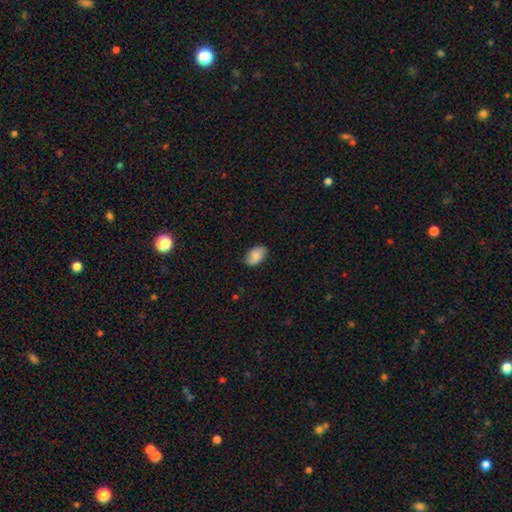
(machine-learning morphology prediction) Smooth or featured? Predicted: smooth (p=0.79). How rounded? Predicted: in between (p=0.91). Merging? Predicted: none (p=0.83).